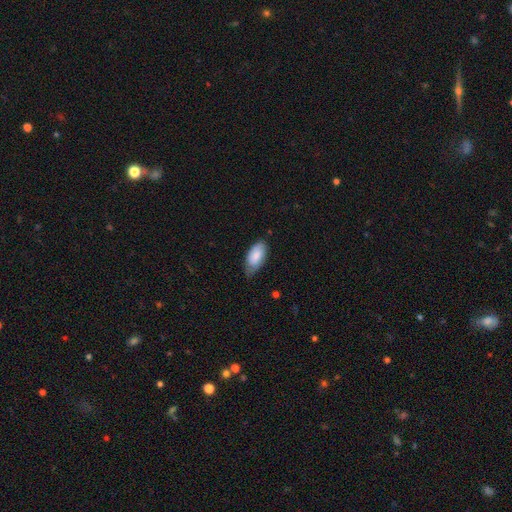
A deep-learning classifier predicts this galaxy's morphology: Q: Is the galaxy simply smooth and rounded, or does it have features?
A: smooth — 82%.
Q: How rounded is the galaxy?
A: in between — 93%.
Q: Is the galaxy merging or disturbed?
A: none — 58%.